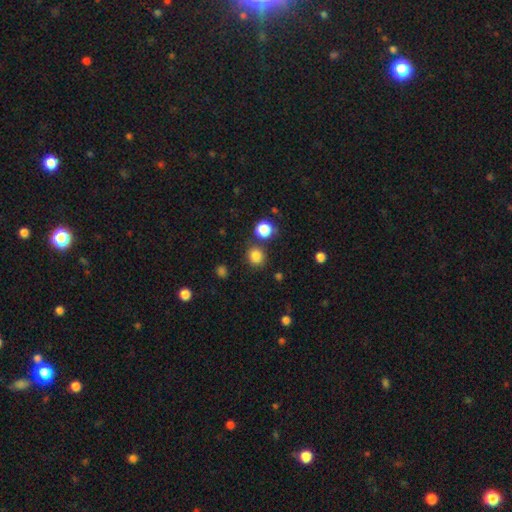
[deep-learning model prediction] Q: Smooth or featured?
A: smooth (83%); runner-up: star or artifact (13%)
Q: How rounded?
A: round (87%); runner-up: in between (12%)
Q: Merging?
A: none (82%); runner-up: minor disturbance (8%)